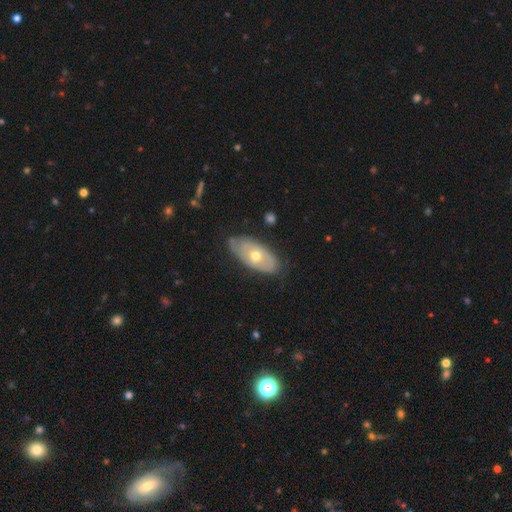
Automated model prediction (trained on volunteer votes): Smooth or featured? Predicted: featured or disk (p=0.57). Edge-on disk? Predicted: no (p=0.86). Merging? Predicted: none (p=0.73).